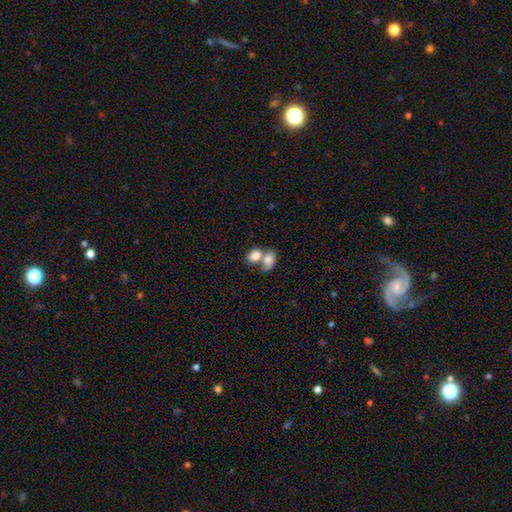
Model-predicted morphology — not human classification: Overall: smooth (81%). How rounded: in between (73%). Merging: merger (66%).